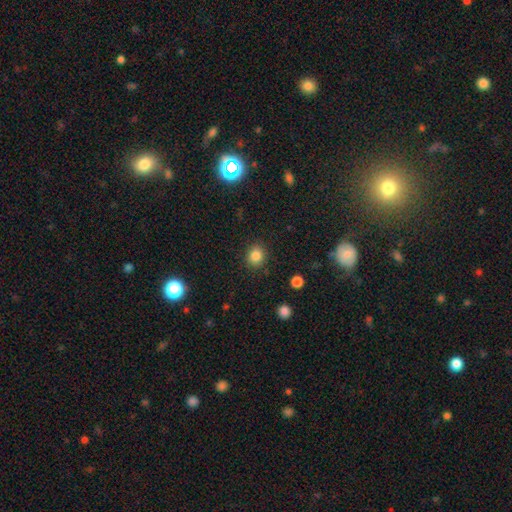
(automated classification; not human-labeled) smooth 83%, star or artifact 12%, featured or disk 5%. Down the decision tree: how rounded — round (76%); merging — none (88%).